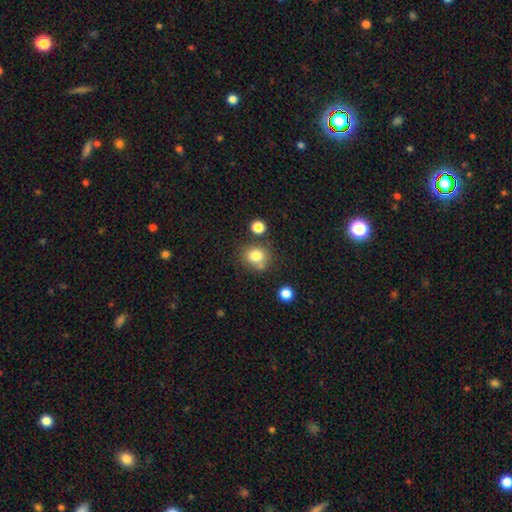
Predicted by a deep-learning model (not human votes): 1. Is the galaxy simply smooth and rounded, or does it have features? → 80% smooth, 12% star or artifact, 9% featured or disk.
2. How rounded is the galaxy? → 75% round, 24% in between, 1% cigar-shaped.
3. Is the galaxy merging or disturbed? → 66% none, 16% merger, 13% minor disturbance, 4% major disturbance.